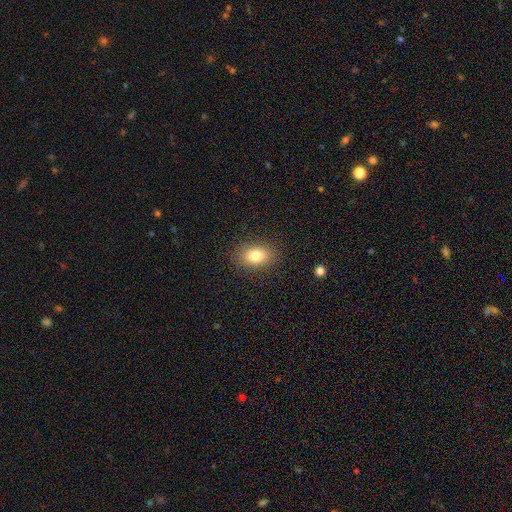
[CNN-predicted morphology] smooth-or-featured: smooth: 80% | featured or disk: 10% | star or artifact: 10%
  how-rounded: in between: 80% | round: 19% | cigar-shaped: 2%
  merging: none: 87% | minor disturbance: 9% | major disturbance: 3% | merger: 1%